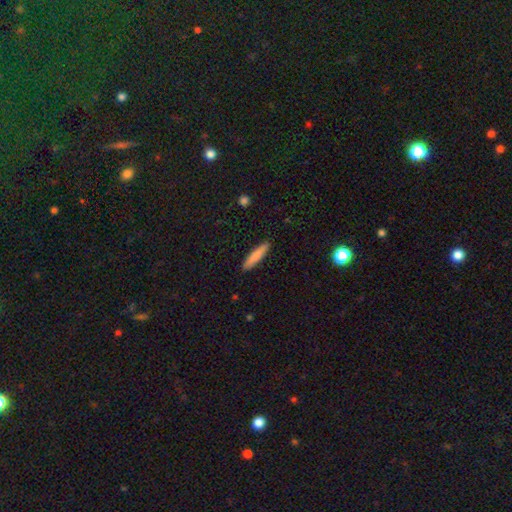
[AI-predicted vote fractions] This is clearly a smooth galaxy (81%). How rounded: clearly cigar-shaped (88%). Merging: clearly none (91%).